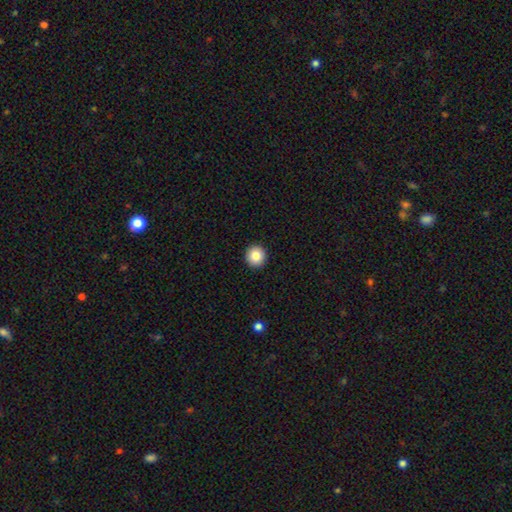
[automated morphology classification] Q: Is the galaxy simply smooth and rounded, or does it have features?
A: smooth — 86%.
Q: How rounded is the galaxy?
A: round — 94%.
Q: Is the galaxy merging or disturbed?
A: none — 94%.